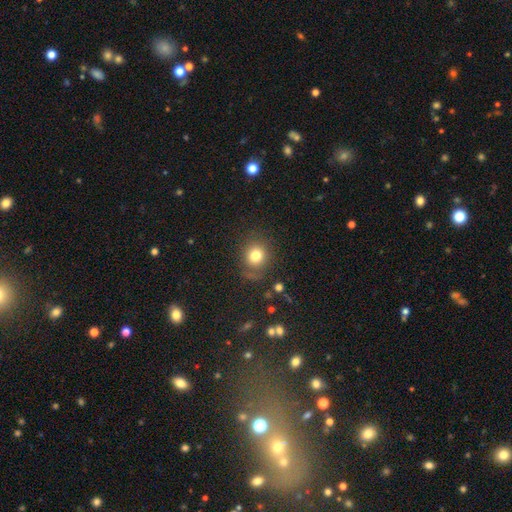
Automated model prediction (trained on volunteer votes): smooth_or_featured: smooth (p=0.79) [alt: star or artifact p=0.12]
how_rounded: round (p=0.81) [alt: in between p=0.18]
merging: none (p=0.76) [alt: minor disturbance p=0.15]